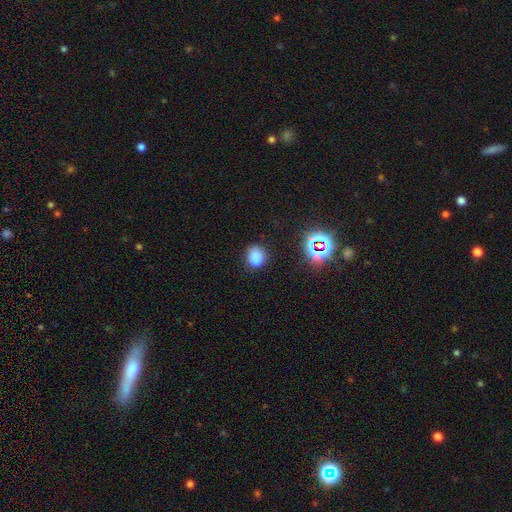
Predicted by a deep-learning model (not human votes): Smooth or featured: smooth — 76% (star or artifact — 17%)
How rounded: round — 69% (in between — 30%)
Merging: none — 71% (minor disturbance — 18%)